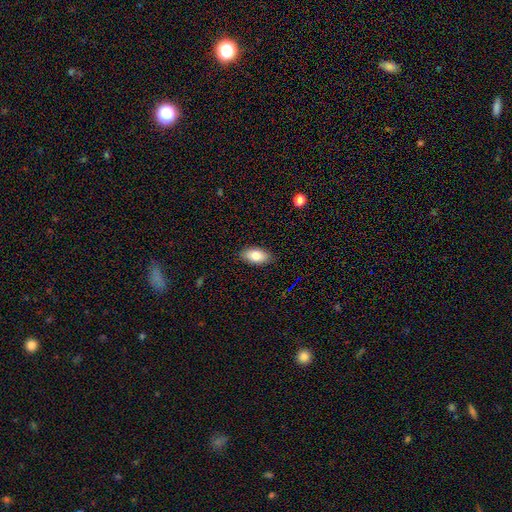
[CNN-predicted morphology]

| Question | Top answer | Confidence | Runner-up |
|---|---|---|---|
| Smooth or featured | smooth | 81% | featured or disk (12%) |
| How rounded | in between | 92% | cigar-shaped (5%) |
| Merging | none | 88% | minor disturbance (9%) |